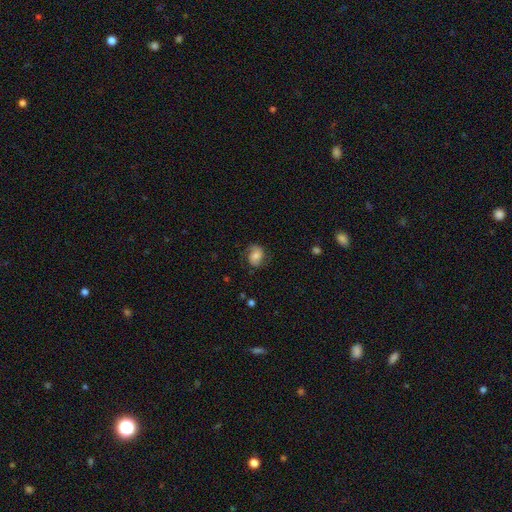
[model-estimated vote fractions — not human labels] smooth-or-featured: smooth: 58% | featured or disk: 33% | star or artifact: 9%
  how-rounded: in between: 57% | round: 42% | cigar-shaped: 1%
  merging: none: 68% | minor disturbance: 22% | major disturbance: 9% | merger: 1%